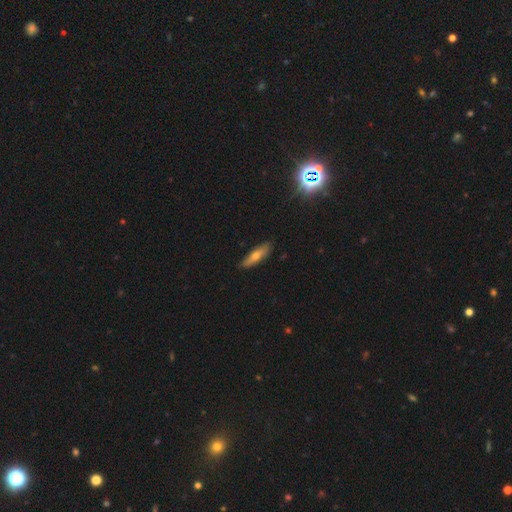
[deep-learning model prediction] This is possibly a smooth galaxy (57%). How rounded: likely cigar-shaped (64%). Merging: clearly none (85%).